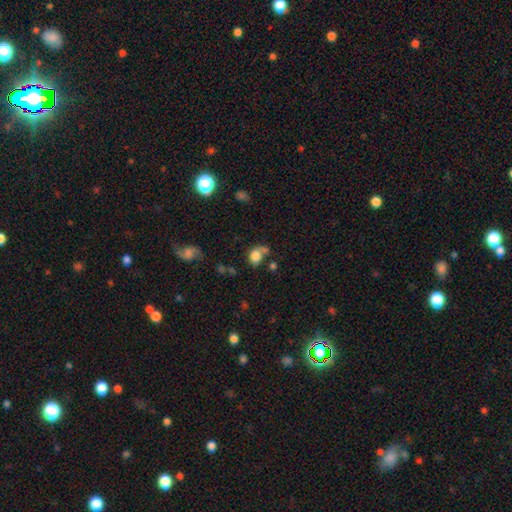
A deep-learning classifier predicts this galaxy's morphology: This is likely a smooth galaxy (79%). How rounded: possibly in between (54%). Merging: marginally none (44%).